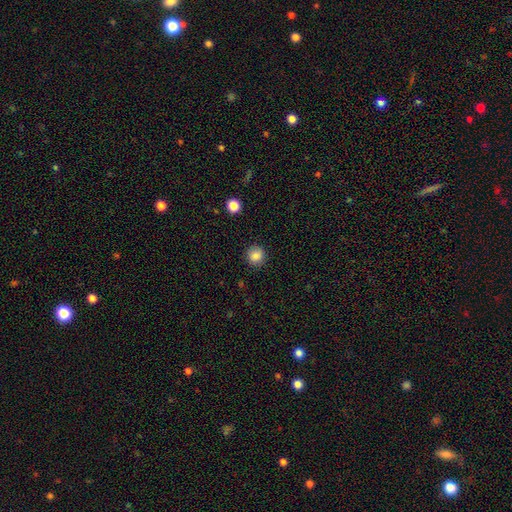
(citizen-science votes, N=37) Smooth or featured: smooth — 86% (featured or disk — 8%)
How rounded: round — 94% (in between — 6%)
Merging: none — 86% (minor disturbance — 9%)